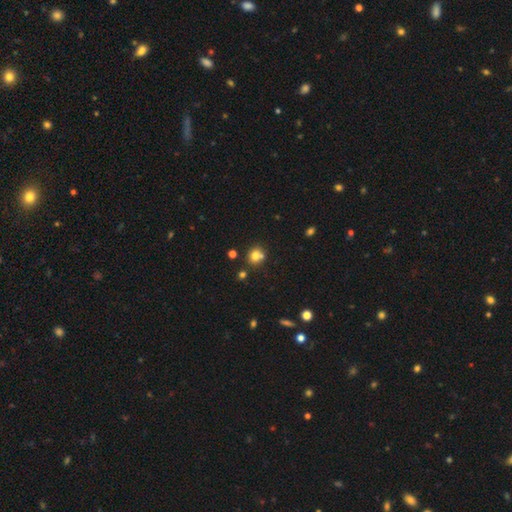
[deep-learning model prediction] Overall: smooth (75%). How rounded: round (84%). Merging: none (64%).